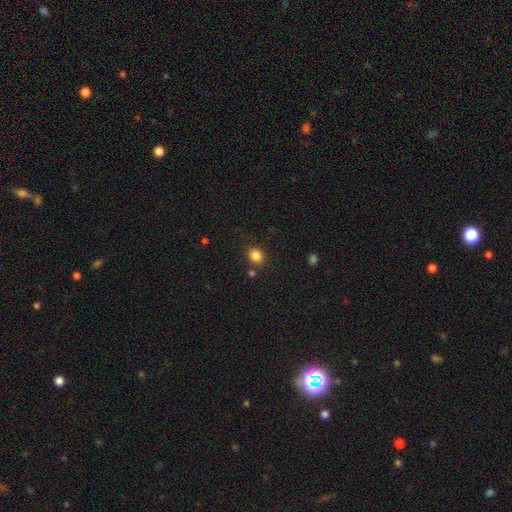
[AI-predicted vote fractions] This is clearly a smooth galaxy (85%). How rounded: possibly round (58%). Merging: likely none (80%).